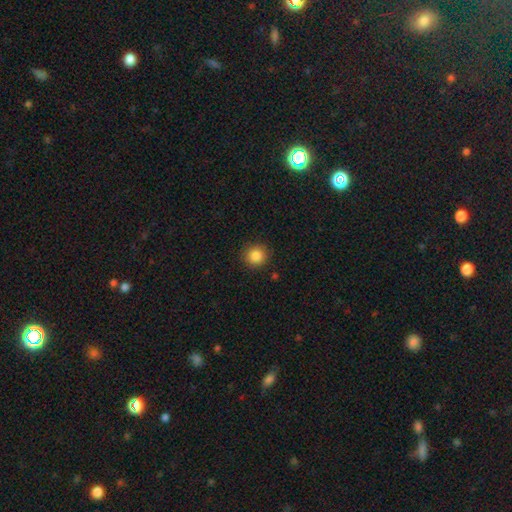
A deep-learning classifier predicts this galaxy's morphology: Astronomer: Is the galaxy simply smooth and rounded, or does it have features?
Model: smooth — 86%.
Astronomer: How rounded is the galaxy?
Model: round — 93%.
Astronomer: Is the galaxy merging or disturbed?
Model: none — 90%.